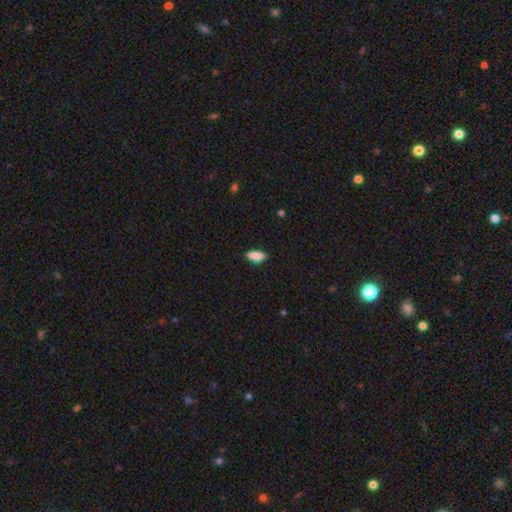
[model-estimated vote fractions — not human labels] Smooth or featured? smooth (87%)
How rounded? in between (74%)
Merging? none (82%)